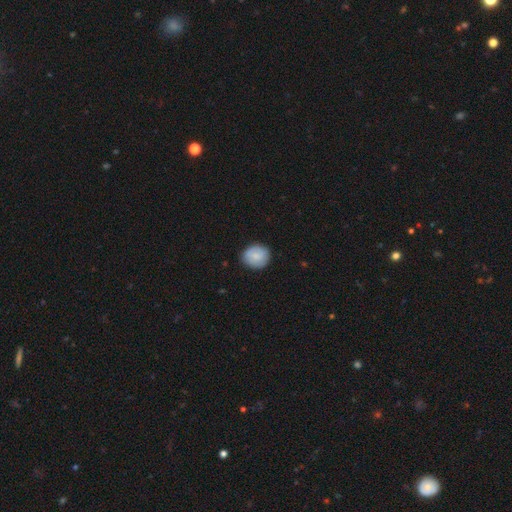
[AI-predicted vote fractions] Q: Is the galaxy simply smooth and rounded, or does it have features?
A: smooth — 80%.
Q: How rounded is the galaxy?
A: round — 79%.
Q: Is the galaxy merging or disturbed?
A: none — 84%.